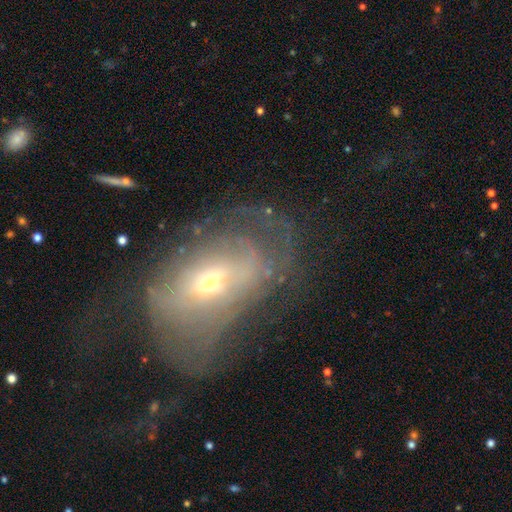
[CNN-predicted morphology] featured or disk 62%, smooth 26%, star or artifact 11%. Down the decision tree: edge-on disk — no (92%); bar — no (63%); spiral arms — yes (52%); bulge size — small (62%); merging — none (41%).